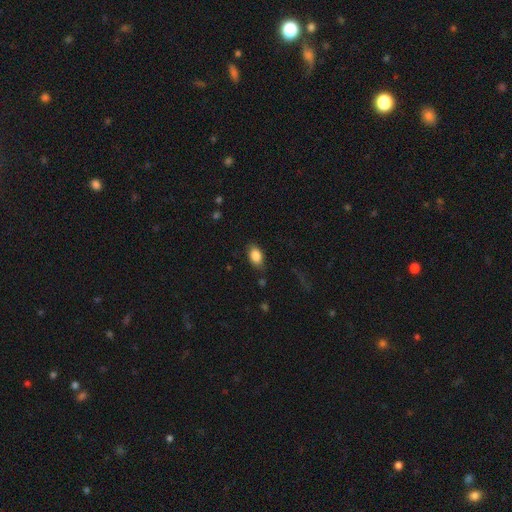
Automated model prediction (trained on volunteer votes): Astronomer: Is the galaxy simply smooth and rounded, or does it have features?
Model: smooth — 86%.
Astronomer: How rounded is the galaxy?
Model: in between — 89%.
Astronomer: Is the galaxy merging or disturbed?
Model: none — 80%.